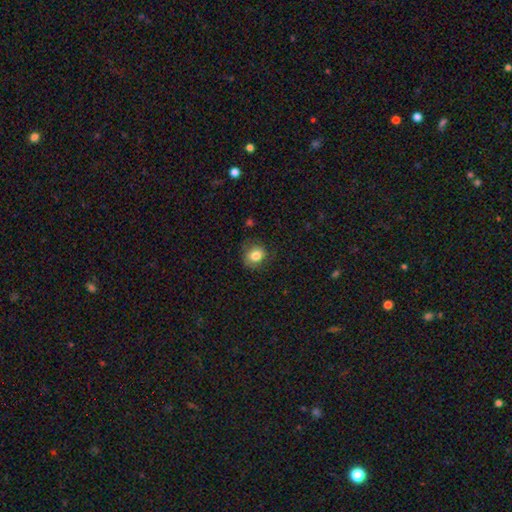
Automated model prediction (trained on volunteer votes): Smooth or featured?
  - smooth: 80% *
  - featured or disk: 11%
  - star or artifact: 9%
How rounded?
  - round: 70% *
  - in between: 29%
  - cigar-shaped: 1%
Merging?
  - none: 71% *
  - minor disturbance: 20%
  - major disturbance: 7%
  - merger: 1%